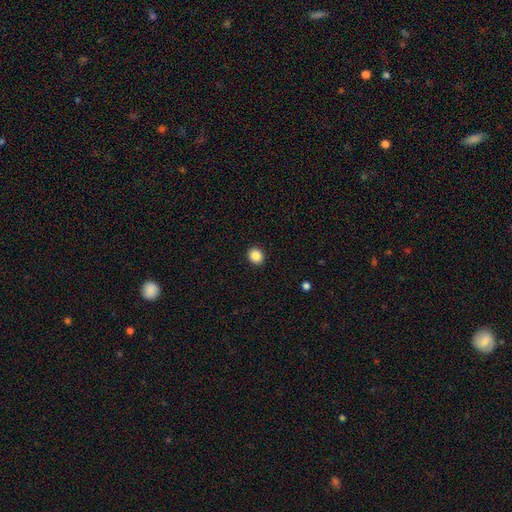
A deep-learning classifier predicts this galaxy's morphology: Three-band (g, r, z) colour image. It shows a smooth galaxy with no disk features (87%) that is round (76%). Merging: none (92%).